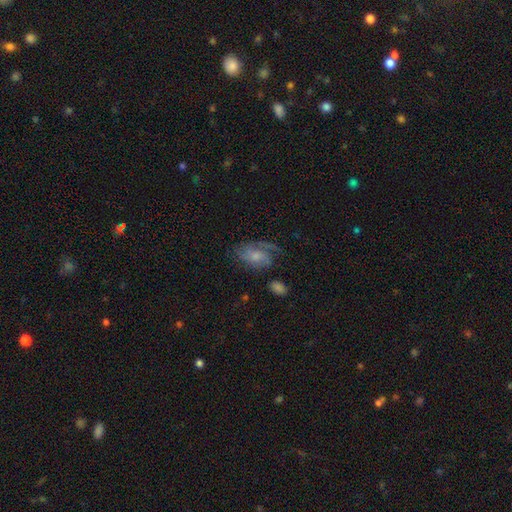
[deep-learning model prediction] Smooth or featured? Predicted: featured or disk (p=0.66). Edge-on disk? Predicted: no (p=0.96). Bar? Predicted: no (p=0.68). Spiral arms? Predicted: yes (p=0.87). Spiral winding? Predicted: medium (p=0.42). Spiral arm count? Predicted: 1 (p=0.35). Bulge size? Predicted: small (p=0.50). Merging? Predicted: none (p=0.51).